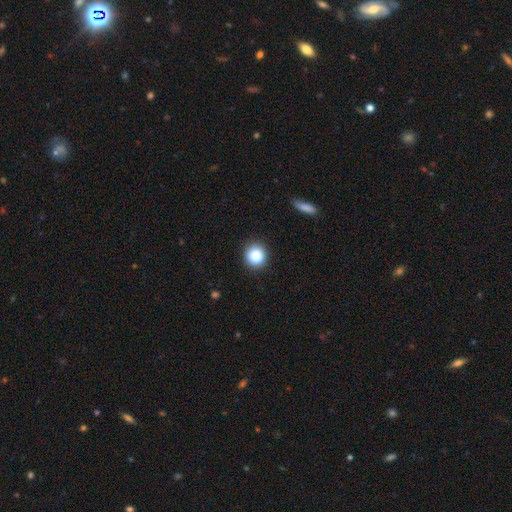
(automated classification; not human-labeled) A smooth galaxy with no disk features (87%) that is round (92%).

Vote fractions:
- Smooth or featured? smooth: 87% / star or artifact: 10% / featured or disk: 4%
- How rounded? round: 92% / in between: 7% / cigar-shaped: 1%
- Merging? none: 90% / minor disturbance: 7% / major disturbance: 2% / merger: 1%